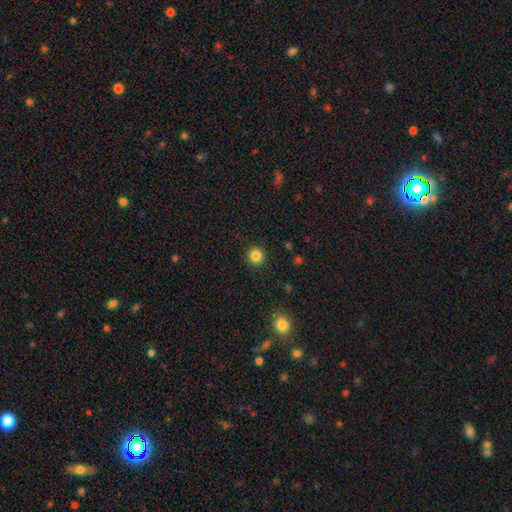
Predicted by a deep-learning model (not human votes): Q: Smooth or featured?
A: smooth (84%); runner-up: star or artifact (12%)
Q: How rounded?
A: round (93%); runner-up: in between (6%)
Q: Merging?
A: none (91%); runner-up: minor disturbance (6%)